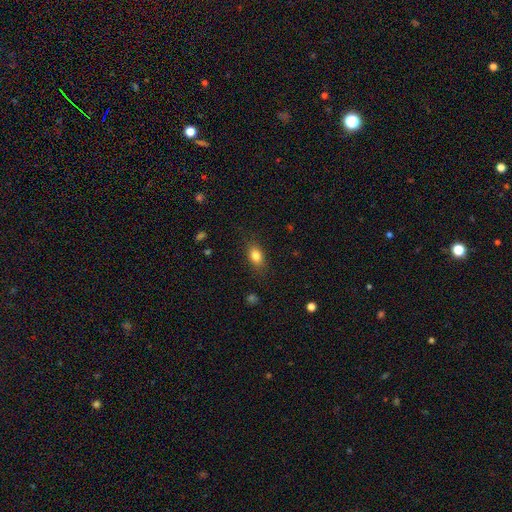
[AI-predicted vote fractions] Smooth or featured?
  - smooth: 83% *
  - star or artifact: 9%
  - featured or disk: 8%
How rounded?
  - in between: 81% *
  - round: 15%
  - cigar-shaped: 4%
Merging?
  - none: 83% *
  - minor disturbance: 13%
  - major disturbance: 4%
  - merger: 1%